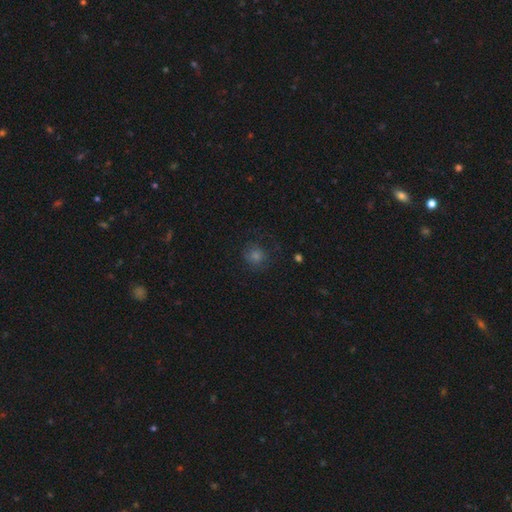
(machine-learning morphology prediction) A smooth galaxy with no disk features (61%) that is round (89%). Merging: none (75%).